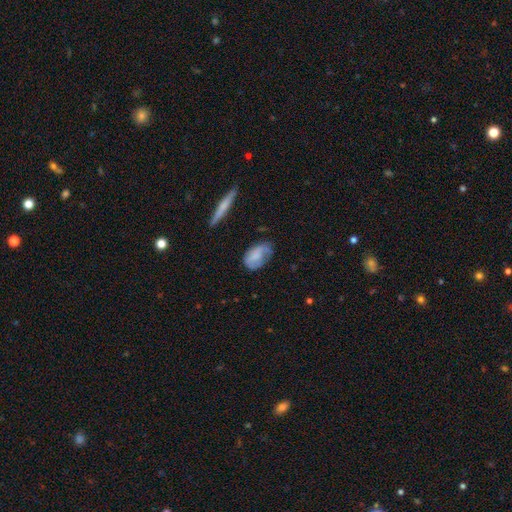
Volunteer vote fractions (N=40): Volunteers were most divided on "merging": none: 50%, minor disturbance: 37%, major disturbance: 13%, merger: 0%. More confident: how rounded — in between (93%); smooth or featured — smooth (72%).